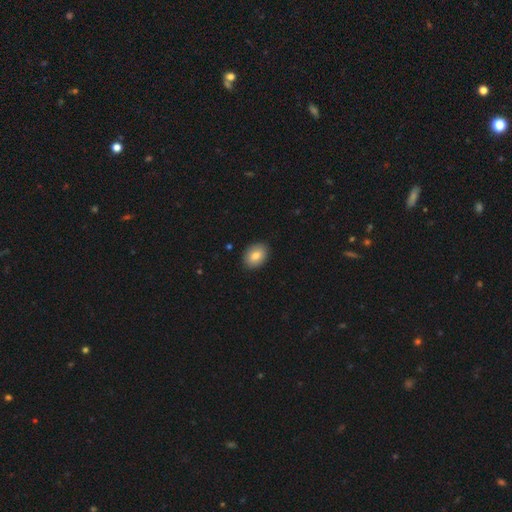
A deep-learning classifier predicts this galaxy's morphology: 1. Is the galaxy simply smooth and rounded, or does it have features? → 80% smooth, 12% featured or disk, 8% star or artifact.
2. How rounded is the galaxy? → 72% in between, 27% round, 1% cigar-shaped.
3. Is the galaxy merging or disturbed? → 89% none, 8% minor disturbance, 2% major disturbance, 1% merger.